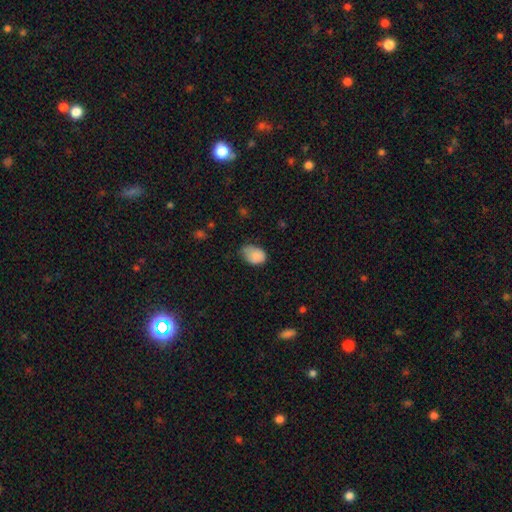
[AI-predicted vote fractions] This appears to be a smooth galaxy with no disk features (85%) that is in between round and cigar-shaped (76%). Merging: none (44%).